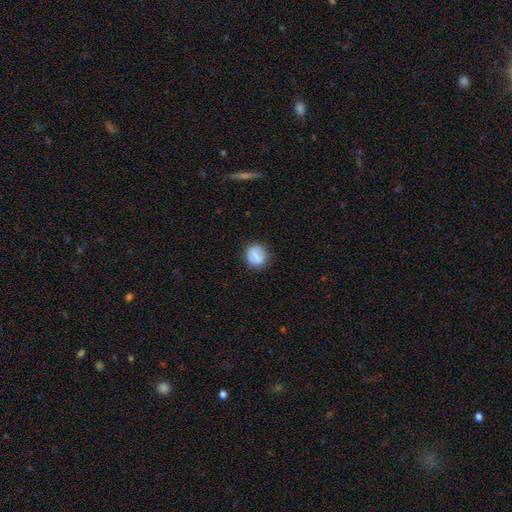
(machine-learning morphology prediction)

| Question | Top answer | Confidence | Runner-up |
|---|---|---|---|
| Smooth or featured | smooth | 74% | featured or disk (17%) |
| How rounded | round | 73% | in between (26%) |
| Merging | none | 83% | minor disturbance (12%) |